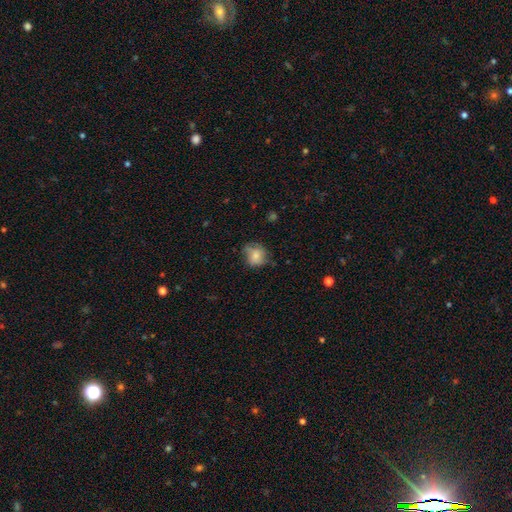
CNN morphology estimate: A smooth galaxy with no disk features (67%) that is round (70%).

Vote fractions:
- Smooth or featured? smooth: 67% / featured or disk: 24% / star or artifact: 9%
- How rounded? round: 70% / in between: 29% / cigar-shaped: 1%
- Merging? none: 57% / minor disturbance: 30% / major disturbance: 12% / merger: 2%